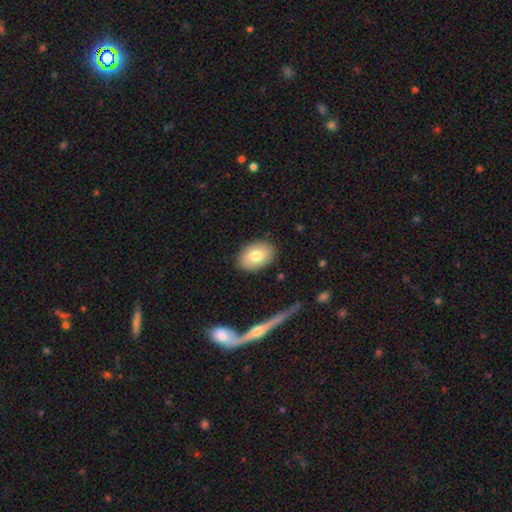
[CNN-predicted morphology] smooth 79%, featured or disk 14%, star or artifact 7%. Down the decision tree: how rounded — in between (80%); merging — none (87%).